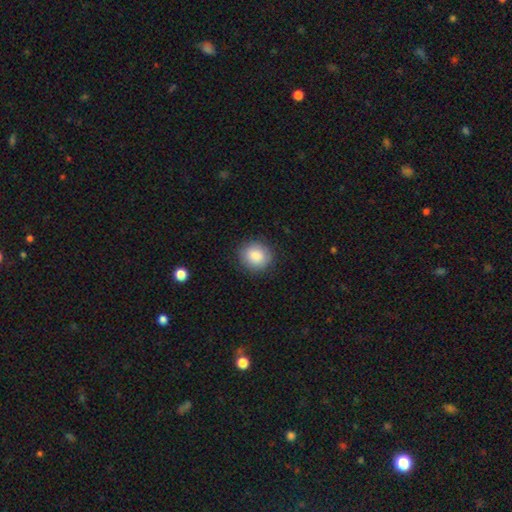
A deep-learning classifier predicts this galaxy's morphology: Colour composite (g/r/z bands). It shows a smooth galaxy with no disk features (87%) that is round (82%). Merging: none (88%).